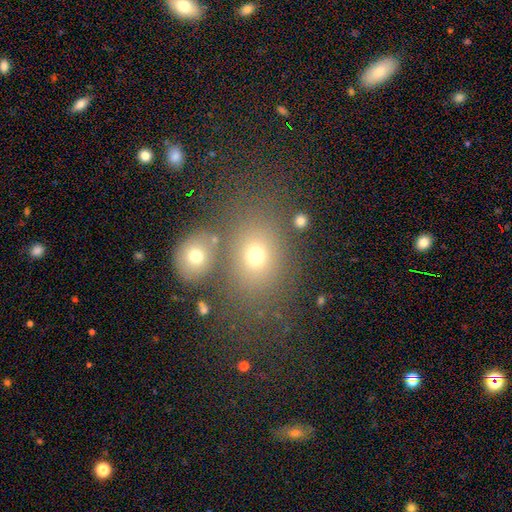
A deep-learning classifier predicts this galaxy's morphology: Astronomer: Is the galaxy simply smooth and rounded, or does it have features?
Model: smooth — 68%.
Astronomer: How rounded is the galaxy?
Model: in between — 60% (runner-up: round, 38%).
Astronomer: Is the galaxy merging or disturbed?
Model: none — 61%.